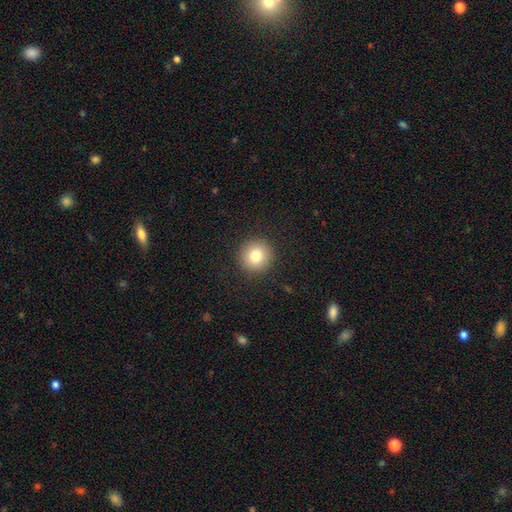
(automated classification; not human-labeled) Q: Smooth or featured?
A: smooth (81%); runner-up: star or artifact (10%)
Q: How rounded?
A: round (93%); runner-up: in between (6%)
Q: Merging?
A: none (91%); runner-up: minor disturbance (6%)